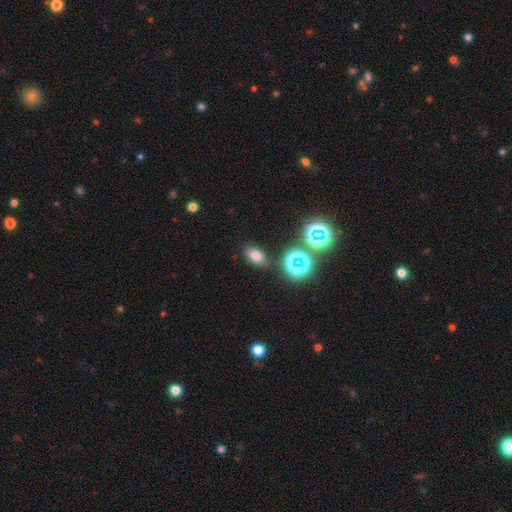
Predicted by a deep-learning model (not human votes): smooth 69%, star or artifact 22%, featured or disk 9%. Down the decision tree: how rounded — in between (84%); merging — none (83%).